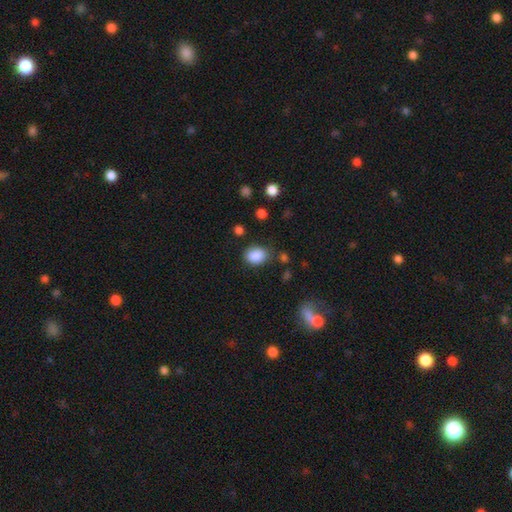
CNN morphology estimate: A smooth galaxy with no disk features (87%) that is in between round and cigar-shaped (61%). Merging: none (76%).